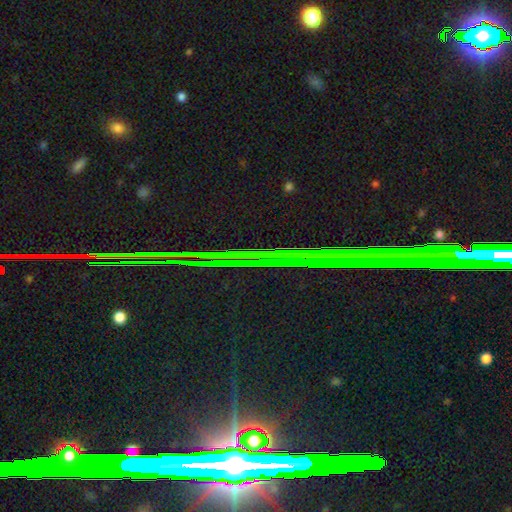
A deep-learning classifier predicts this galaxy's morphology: A star or artifact, not a galaxy (81%).